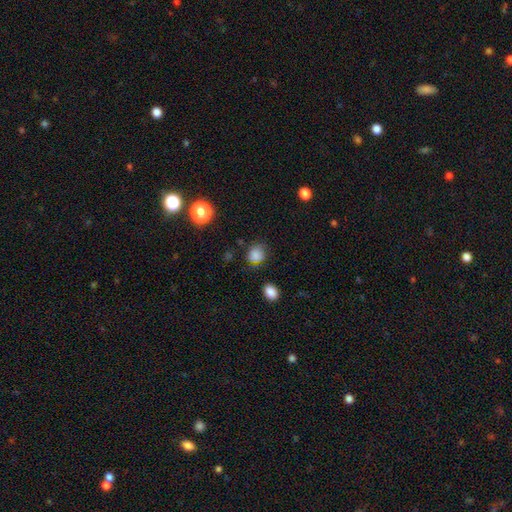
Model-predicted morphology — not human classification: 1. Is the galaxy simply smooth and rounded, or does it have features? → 80% smooth, 14% star or artifact, 5% featured or disk.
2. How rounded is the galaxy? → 76% round, 23% in between, 1% cigar-shaped.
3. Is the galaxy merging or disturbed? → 73% none, 18% minor disturbance, 6% major disturbance, 3% merger.